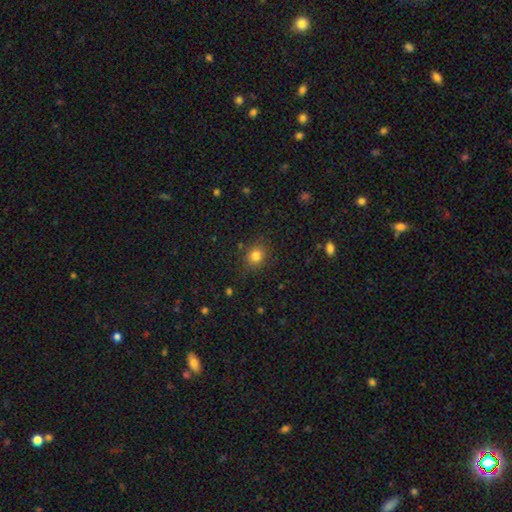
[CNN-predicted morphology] Smooth or featured? Predicted: smooth (p=0.80). How rounded? Predicted: round (p=0.71). Merging? Predicted: none (p=0.83).